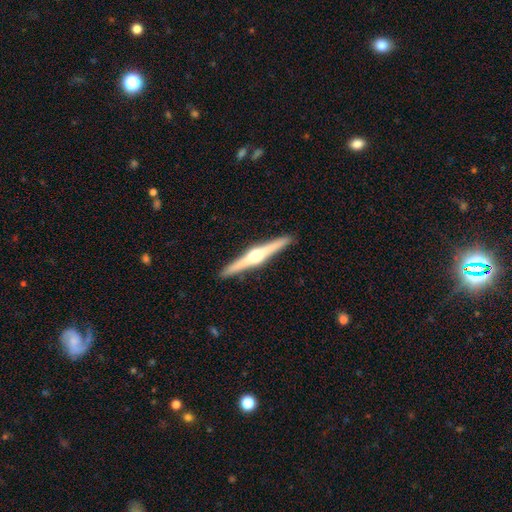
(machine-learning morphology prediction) type=featured or disk (79%); edge-on=yes (98%); edge-on bulge=rounded (95%); merging=none (92%).